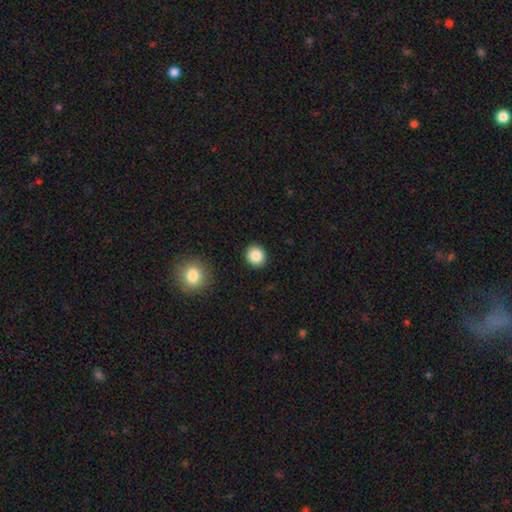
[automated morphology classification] Smooth or featured? Predicted: smooth (p=0.86). How rounded? Predicted: round (p=0.84). Merging? Predicted: none (p=0.91).